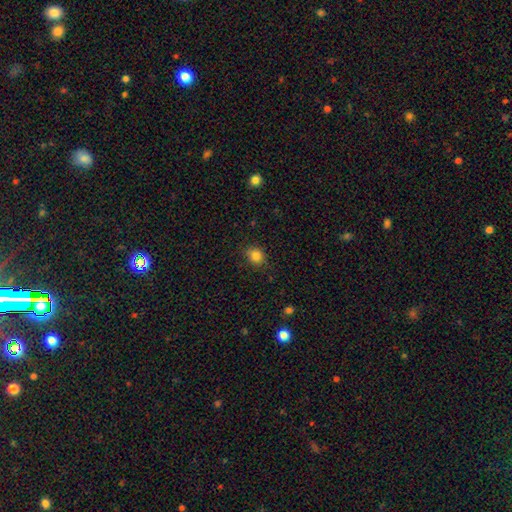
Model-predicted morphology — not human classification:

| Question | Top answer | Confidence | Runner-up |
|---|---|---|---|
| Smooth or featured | smooth | 84% | star or artifact (11%) |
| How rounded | round | 76% | in between (23%) |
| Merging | none | 85% | minor disturbance (11%) |